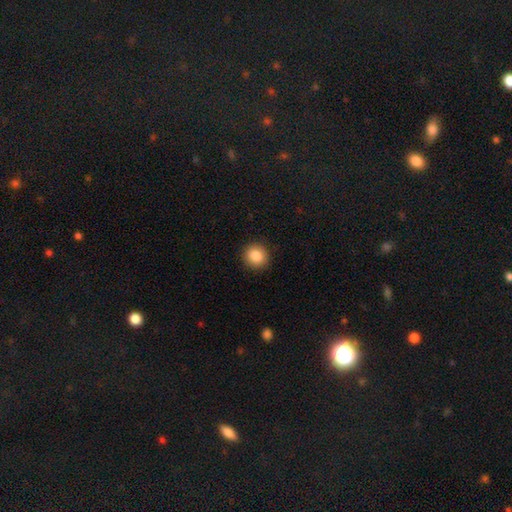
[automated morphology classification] smooth-or-featured: smooth: 86% | star or artifact: 9% | featured or disk: 5%
  how-rounded: round: 90% | in between: 9% | cigar-shaped: 1%
  merging: none: 91% | minor disturbance: 6% | major disturbance: 2% | merger: 1%